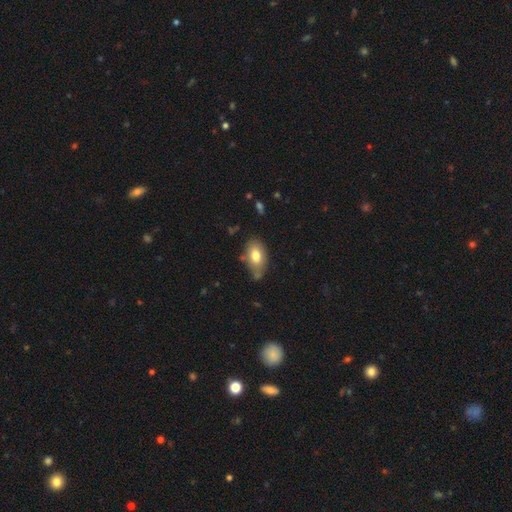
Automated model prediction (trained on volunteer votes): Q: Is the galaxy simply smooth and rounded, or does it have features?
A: smooth — 75%.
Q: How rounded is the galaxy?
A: in between — 90%.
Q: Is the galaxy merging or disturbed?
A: none — 60%.